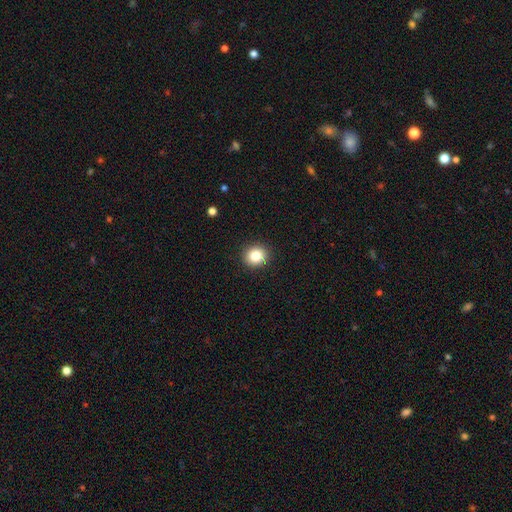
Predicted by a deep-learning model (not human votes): Q: Smooth or featured?
A: smooth (84%); runner-up: star or artifact (10%)
Q: How rounded?
A: round (87%); runner-up: in between (12%)
Q: Merging?
A: none (91%); runner-up: minor disturbance (6%)